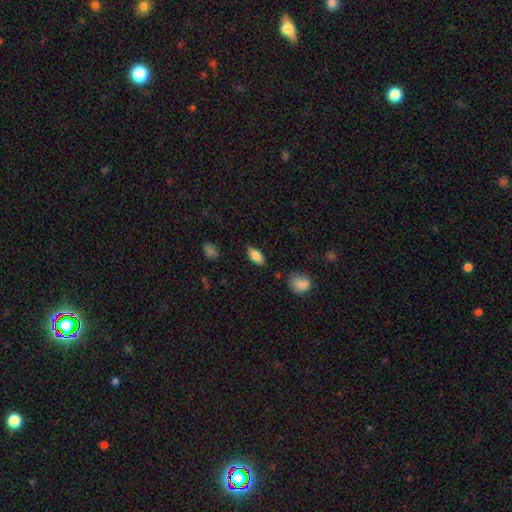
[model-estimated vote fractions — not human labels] Smooth or featured? smooth (81%)
How rounded? in between (87%)
Merging? none (82%)